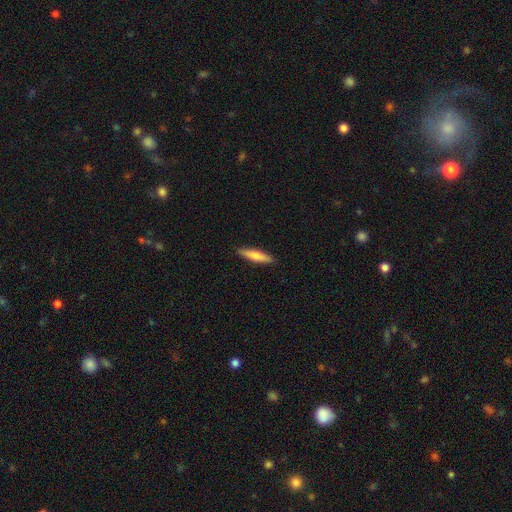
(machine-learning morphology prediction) Smooth or featured? Predicted: smooth (p=0.75). How rounded? Predicted: cigar-shaped (p=0.83). Merging? Predicted: none (p=0.91).